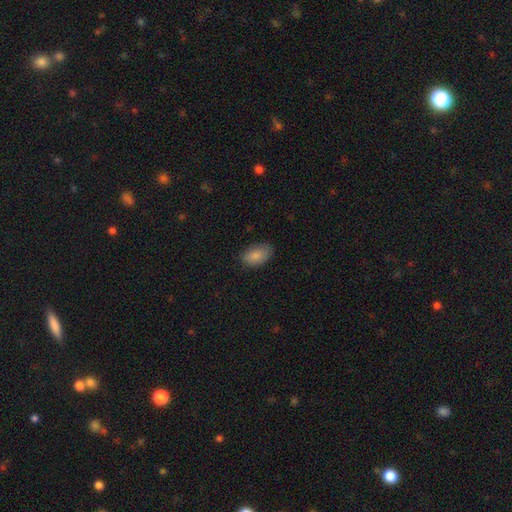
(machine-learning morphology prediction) Overall: smooth (86%). How rounded: in between (92%). Merging: none (80%).